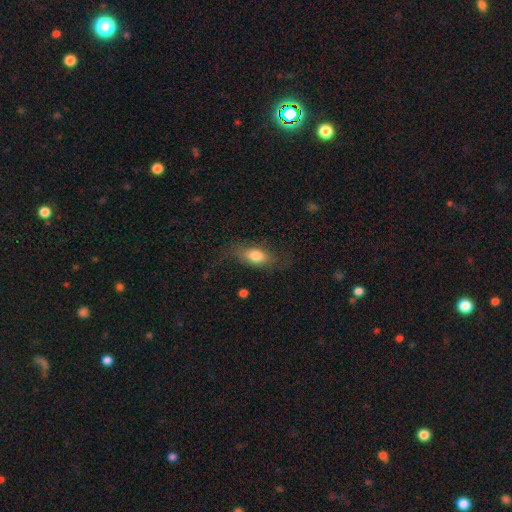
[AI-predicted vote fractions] Smooth or featured? smooth (72%)
How rounded? in between (79%)
Merging? none (65%)